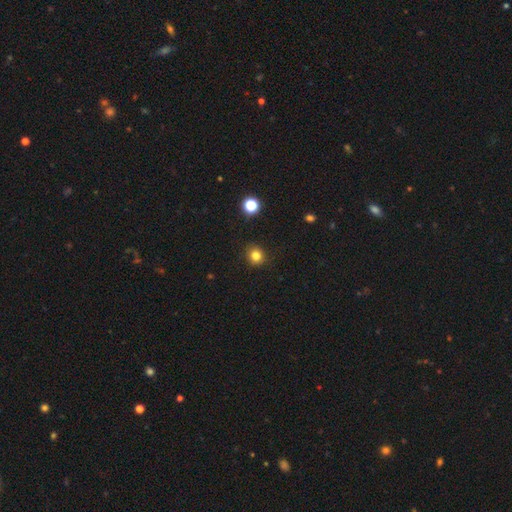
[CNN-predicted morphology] A smooth galaxy with no disk features (81%) that is round (88%). Merging: none (90%).